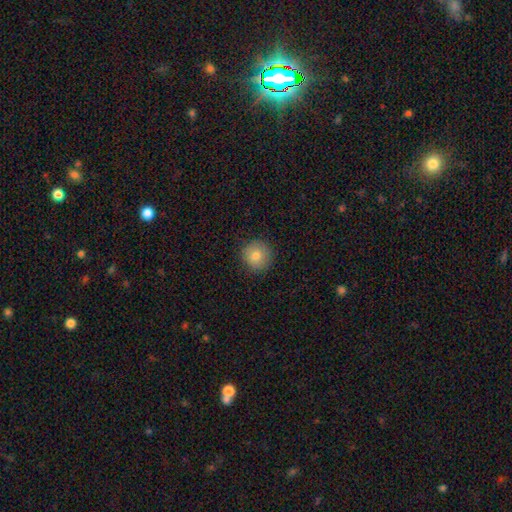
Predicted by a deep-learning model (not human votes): A smooth galaxy with no disk features (79%) that is round (94%). Merging: none (90%).